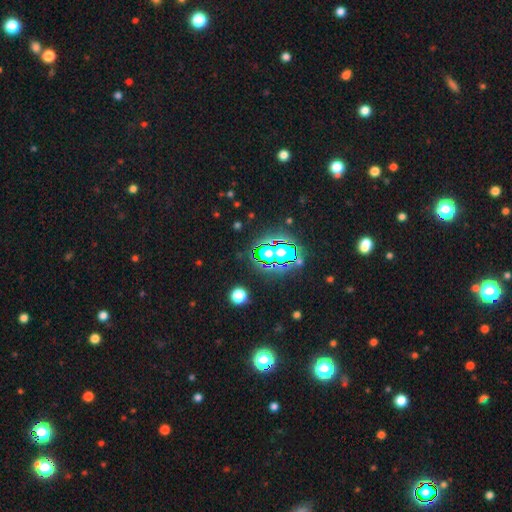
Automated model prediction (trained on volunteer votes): The model was most divided on "smooth or featured": star or artifact: 81%, smooth: 12%, featured or disk: 7%.